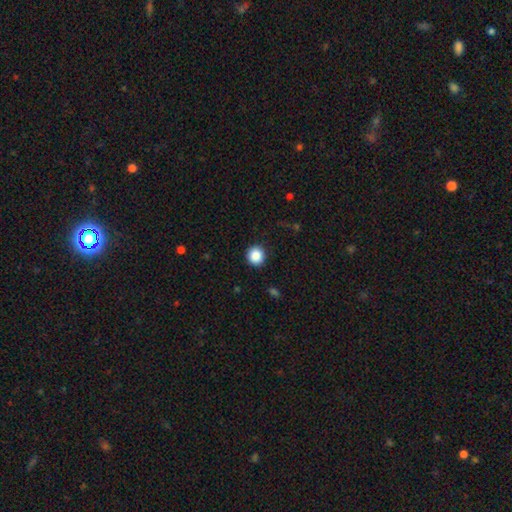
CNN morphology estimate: A smooth galaxy with no disk features (87%) that is round (93%).

Vote fractions:
- Smooth or featured? smooth: 87% / star or artifact: 9% / featured or disk: 3%
- How rounded? round: 93% / in between: 6% / cigar-shaped: 1%
- Merging? none: 91% / minor disturbance: 6% / major disturbance: 2% / merger: 1%